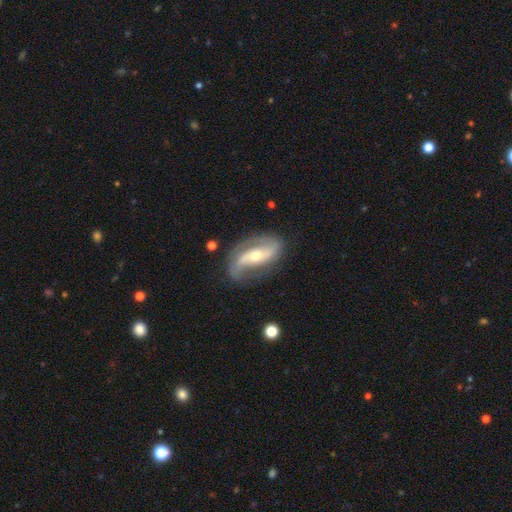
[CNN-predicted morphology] The model was most divided on "bar": strong: 38%, no: 33%, weak: 29%. Remaining: edge-on disk — no (95%); spiral arms — yes (95%); spiral arm count — 2 (90%); smooth or featured — featured or disk (87%); merging — none (74%); bulge size — moderate (51%); spiral winding — loose (47%).